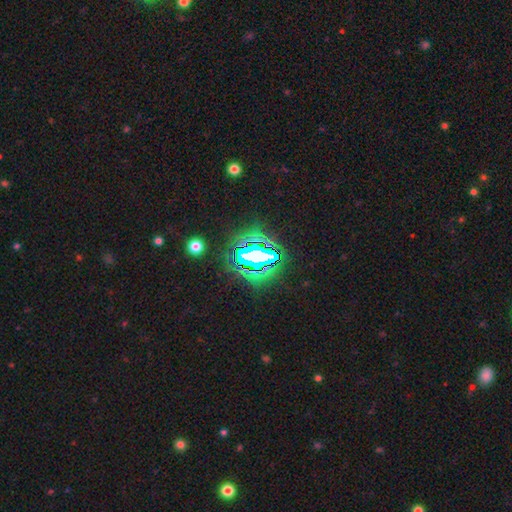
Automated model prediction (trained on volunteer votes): Smooth or featured?
  - star or artifact: 71% *
  - smooth: 16%
  - featured or disk: 14%